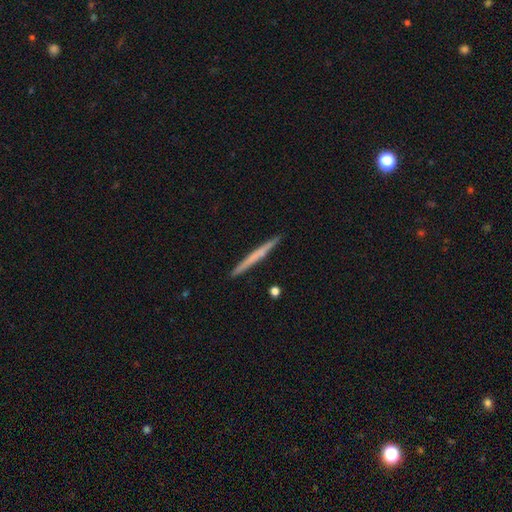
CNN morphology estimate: A smooth galaxy with no disk features (48%).

Vote fractions:
- Smooth or featured? smooth: 48% / featured or disk: 47% / star or artifact: 5%
- Merging? none: 92% / minor disturbance: 5% / merger: 1% / major disturbance: 1%